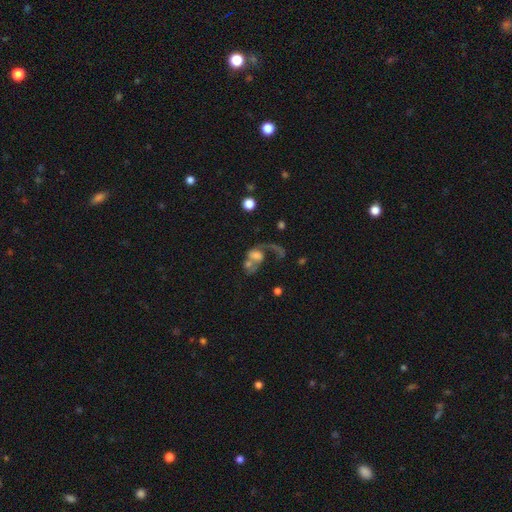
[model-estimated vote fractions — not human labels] The model was most divided on "smooth or featured": featured or disk: 50%, smooth: 37%, star or artifact: 13%. Remaining: merging — merger (49%).